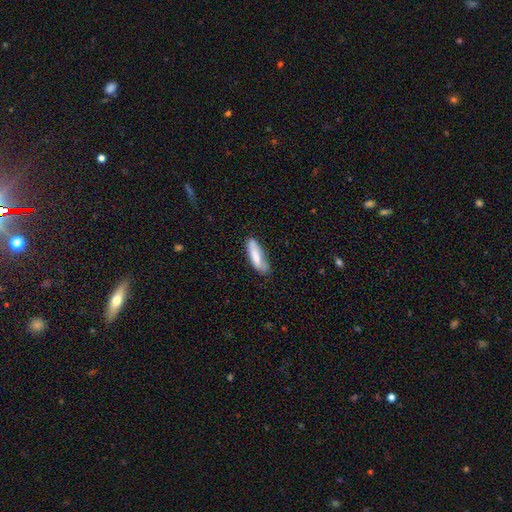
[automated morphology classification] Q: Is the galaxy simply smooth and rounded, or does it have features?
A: smooth — 75%.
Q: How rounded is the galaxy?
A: cigar-shaped — 55%.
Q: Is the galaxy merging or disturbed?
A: none — 67%.